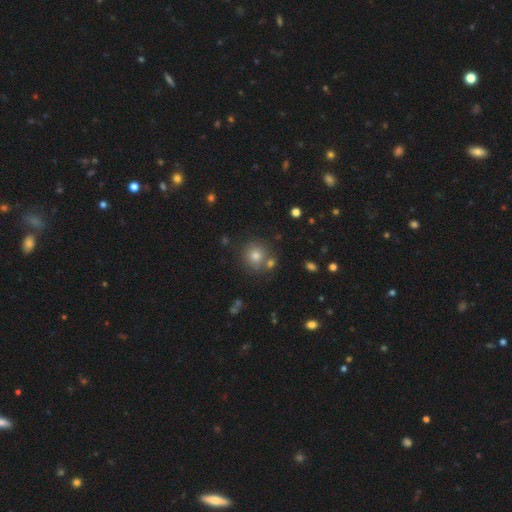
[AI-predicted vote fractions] Smooth or featured?
  - smooth: 74% *
  - star or artifact: 16%
  - featured or disk: 10%
How rounded?
  - round: 92% *
  - in between: 7%
  - cigar-shaped: 1%
Merging?
  - none: 77% *
  - merger: 12%
  - minor disturbance: 9%
  - major disturbance: 3%